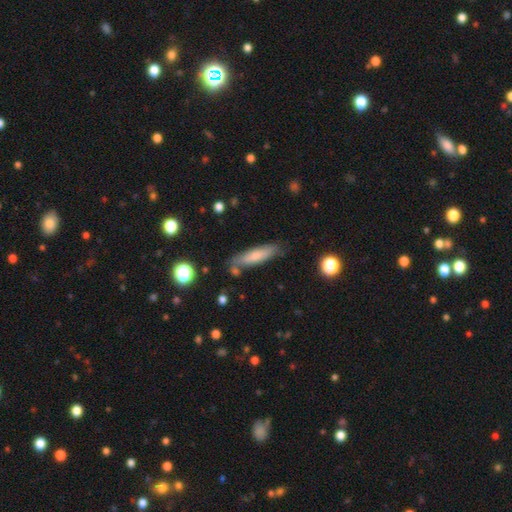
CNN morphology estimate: Overall: smooth (67%). How rounded: cigar-shaped (73%). Merging: none (72%).